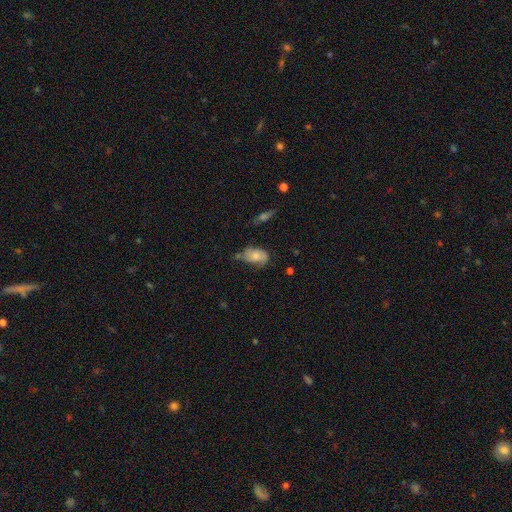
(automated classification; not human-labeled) The model was most divided on "merging": none: 42%, minor disturbance: 37%, major disturbance: 15%, merger: 6%. More confident: how rounded — in between (89%); smooth or featured — smooth (66%).